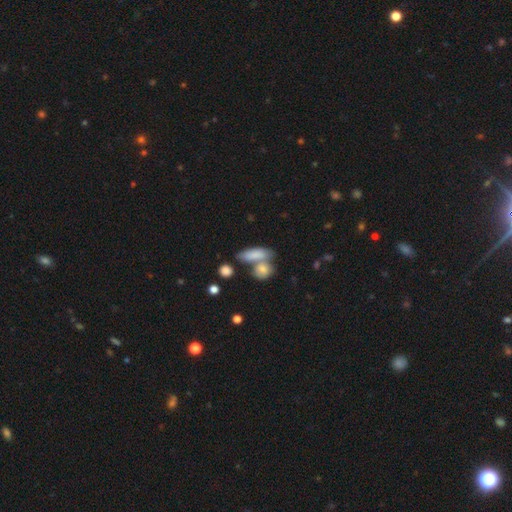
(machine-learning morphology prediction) Smooth or featured: smooth — 80% (featured or disk — 14%)
How rounded: in between — 65% (cigar-shaped — 27%)
Merging: merger — 43% (none — 40%)